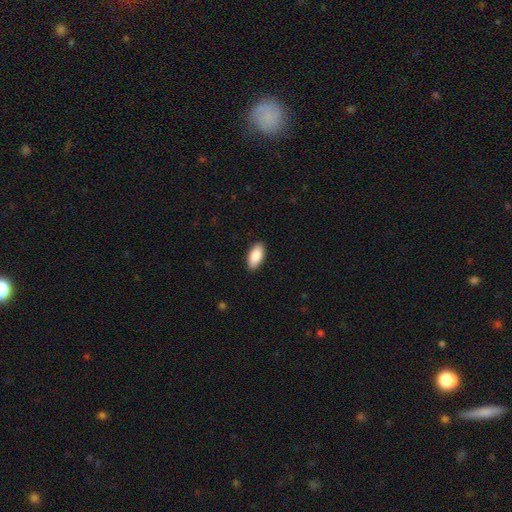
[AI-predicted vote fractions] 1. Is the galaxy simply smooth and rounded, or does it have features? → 89% smooth, 6% star or artifact, 6% featured or disk.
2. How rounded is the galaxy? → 92% in between, 6% cigar-shaped, 2% round.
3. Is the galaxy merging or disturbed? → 89% none, 8% minor disturbance, 2% major disturbance, 1% merger.